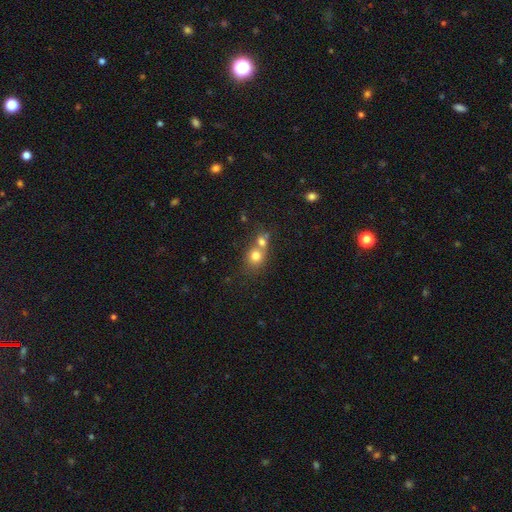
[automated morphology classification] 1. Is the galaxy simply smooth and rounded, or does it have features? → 76% smooth, 13% featured or disk, 12% star or artifact.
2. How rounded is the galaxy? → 74% round, 25% in between, 1% cigar-shaped.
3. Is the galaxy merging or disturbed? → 56% merger, 34% none, 7% minor disturbance, 3% major disturbance.